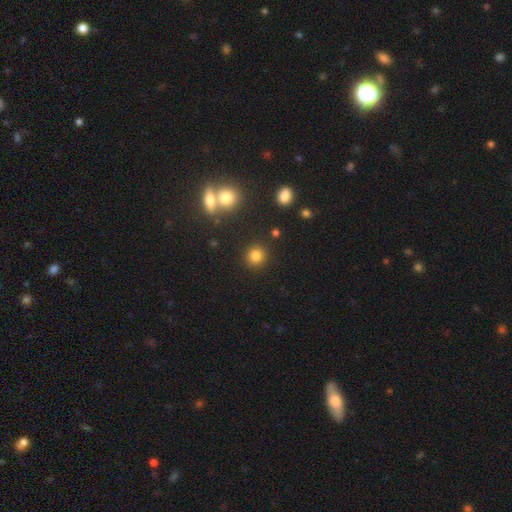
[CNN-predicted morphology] A smooth galaxy with no disk features (82%) that is round (90%). Merging: none (86%).